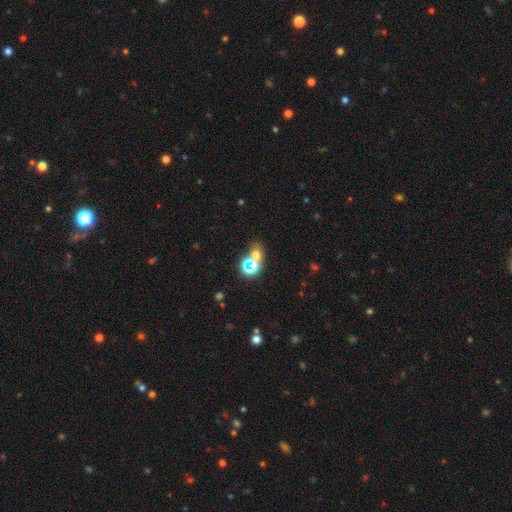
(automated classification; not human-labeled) Smooth or featured? Predicted: smooth (p=0.50). Merging? Predicted: none (p=0.52).